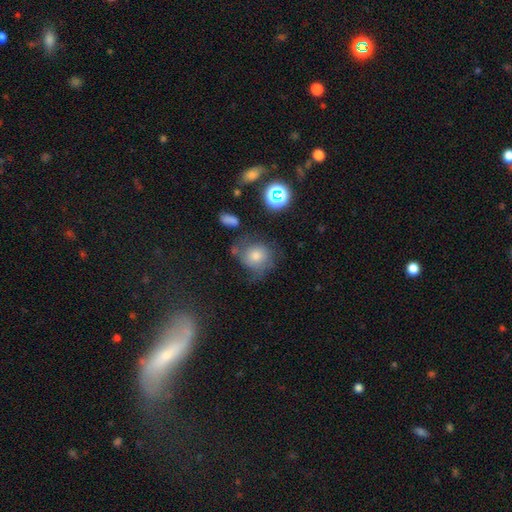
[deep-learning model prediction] This is possibly a smooth galaxy (50%). Merging: possibly none (53%).